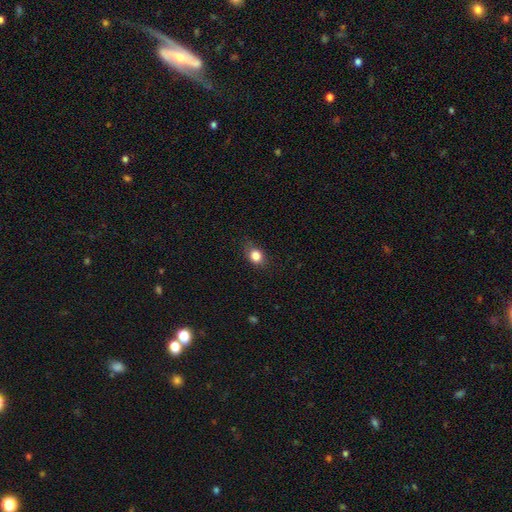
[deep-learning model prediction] smooth_or_featured: smooth (p=0.83) [alt: star or artifact p=0.10]
how_rounded: round (p=0.49) [tied with: in between p=0.49]
merging: none (p=0.76) [alt: minor disturbance p=0.19]